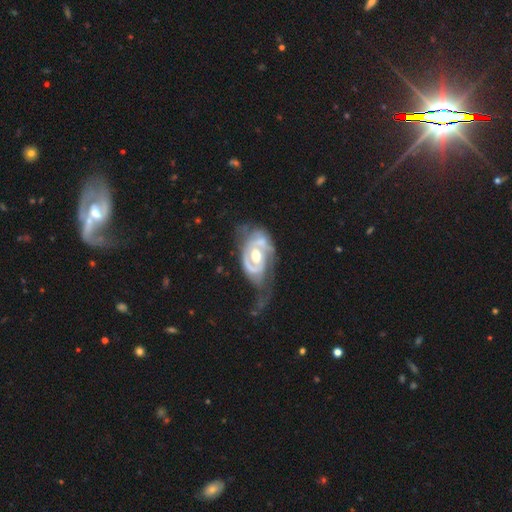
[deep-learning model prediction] A featured or disk galaxy (88%) with no bar (54%), 2 (61%) tight (48%) spiral arms (90%) and a moderate central bulge (74%). Merging: major disturbance (36%).